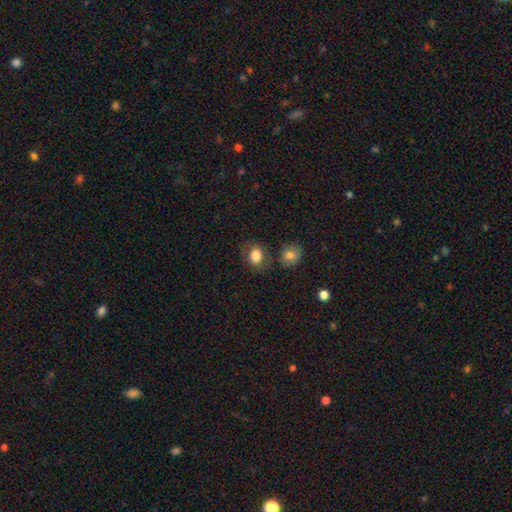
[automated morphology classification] Smooth or featured? smooth (82%)
How rounded? in between (53%)
Merging? none (71%)